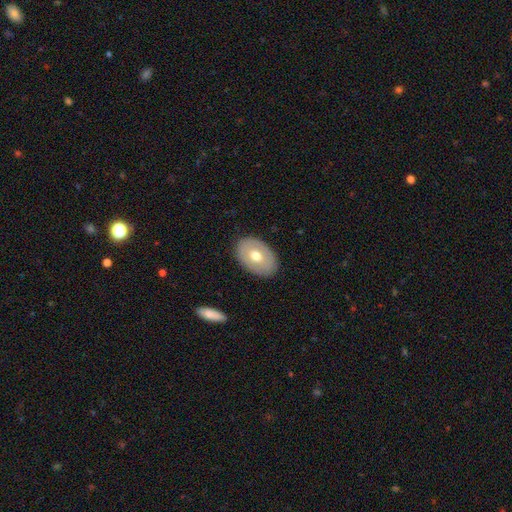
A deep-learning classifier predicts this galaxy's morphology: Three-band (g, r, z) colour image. It shows a smooth galaxy with no disk features (57%) that is in between round and cigar-shaped (84%). Merging: none (87%).